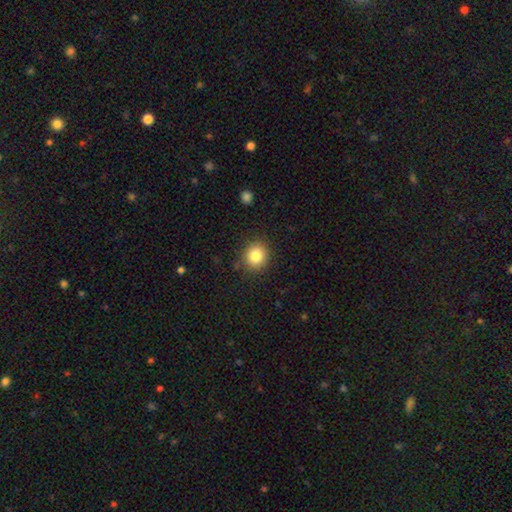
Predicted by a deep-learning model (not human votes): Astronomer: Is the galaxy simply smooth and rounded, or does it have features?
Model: smooth — 83%.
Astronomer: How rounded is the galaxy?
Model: round — 83%.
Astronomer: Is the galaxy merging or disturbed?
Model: none — 88%.